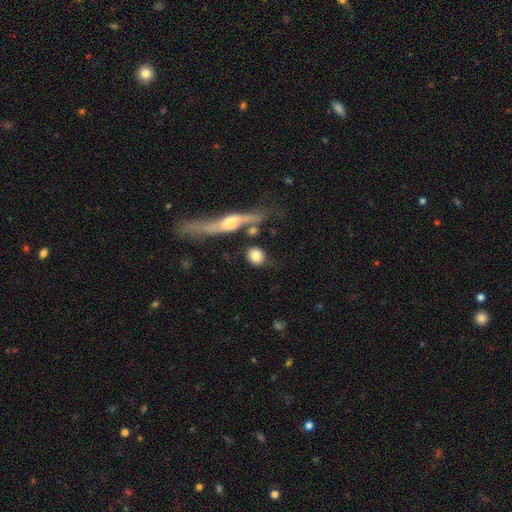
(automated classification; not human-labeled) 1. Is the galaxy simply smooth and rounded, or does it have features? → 77% smooth, 16% featured or disk, 7% star or artifact.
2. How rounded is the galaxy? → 71% round, 24% in between, 5% cigar-shaped.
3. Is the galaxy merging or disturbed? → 66% none, 14% merger, 13% minor disturbance, 7% major disturbance.